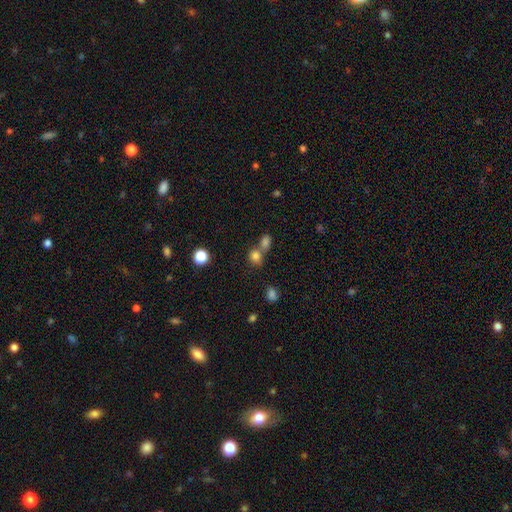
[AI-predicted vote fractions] Q: Smooth or featured?
A: smooth (79%); runner-up: star or artifact (14%)
Q: How rounded?
A: round (71%); runner-up: in between (27%)
Q: Merging?
A: none (46%); runner-up: merger (42%)